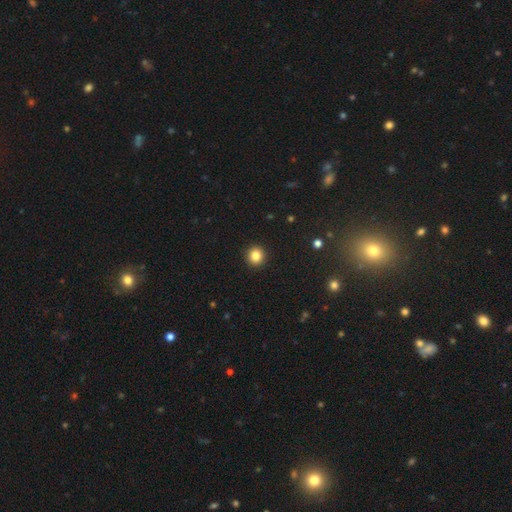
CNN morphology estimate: smooth 85%, star or artifact 11%, featured or disk 5%. Down the decision tree: how rounded — round (93%); merging — none (93%).